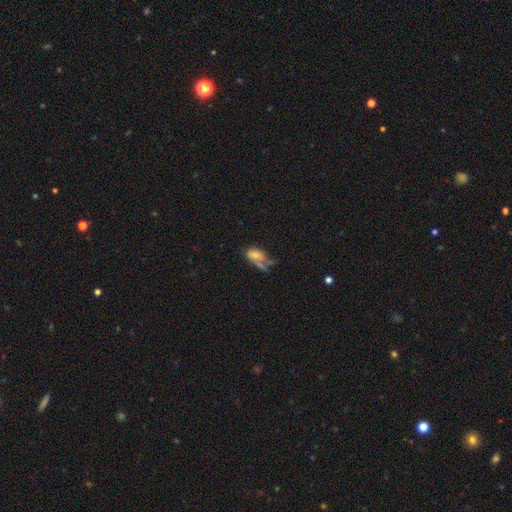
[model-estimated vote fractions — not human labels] This is possibly a smooth galaxy (57%). How rounded: clearly in between (89%). Merging: marginally major disturbance (31%).